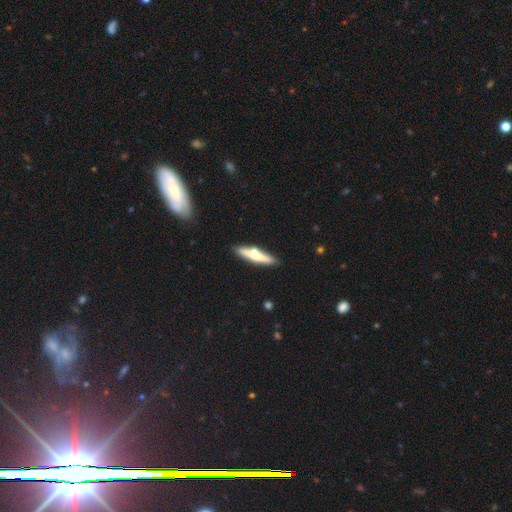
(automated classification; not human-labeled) smooth_or_featured: smooth (p=0.52) [alt: featured or disk p=0.42]
how_rounded: cigar-shaped (p=0.85) [alt: in between p=0.14]
merging: none (p=0.79) [alt: minor disturbance p=0.12]